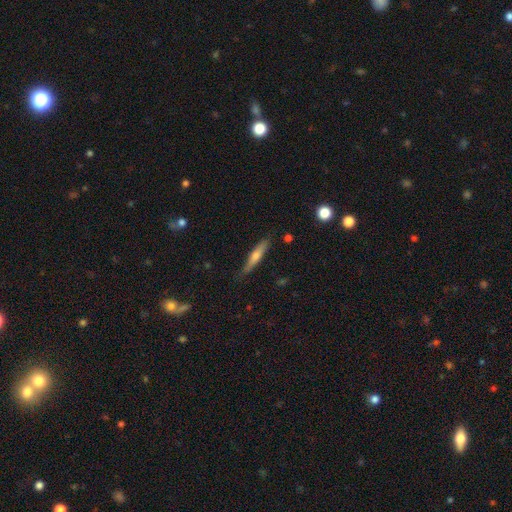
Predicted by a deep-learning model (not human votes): The model was most divided on "smooth or featured": featured or disk: 47%, smooth: 46%, star or artifact: 7%. More confident: merging — none (81%).